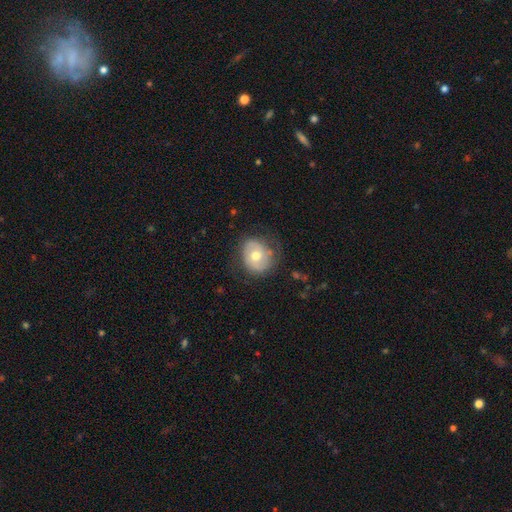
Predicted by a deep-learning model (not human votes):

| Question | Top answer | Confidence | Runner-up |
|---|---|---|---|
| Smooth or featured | smooth | 50% | featured or disk (43%) |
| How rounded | round | 63% | in between (36%) |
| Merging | none | 66% | minor disturbance (22%) |